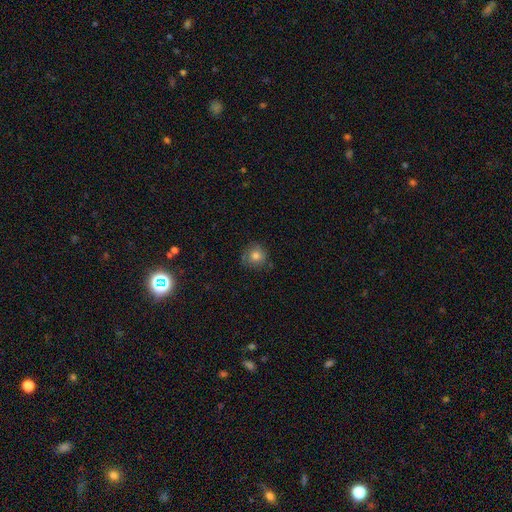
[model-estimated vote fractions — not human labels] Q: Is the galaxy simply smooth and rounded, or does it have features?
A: smooth — 80%.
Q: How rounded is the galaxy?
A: round — 91%.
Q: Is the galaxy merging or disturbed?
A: none — 79%.